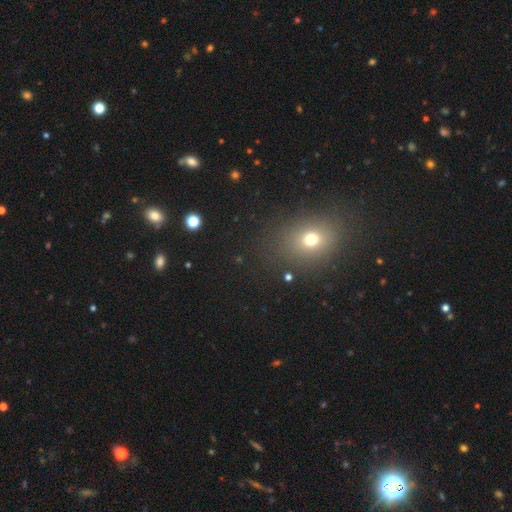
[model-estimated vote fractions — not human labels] This appears to be a smooth galaxy with no disk features (60%) that is in between round and cigar-shaped (55%). Merging: none (89%).